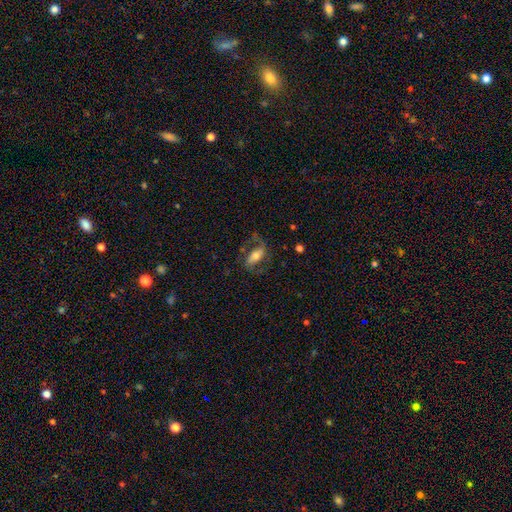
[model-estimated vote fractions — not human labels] This is likely a featured or disk galaxy (61%). It is clearly not viewed edge-on (90%). Bar: marginally strong (40%). Spiral arm pattern: clearly yes (84%). Central bulge: possibly moderate (57%). Merging: likely none (63%).